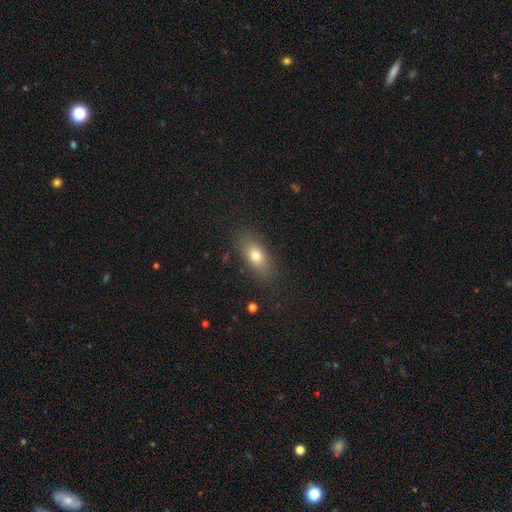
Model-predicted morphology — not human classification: This appears to be a smooth galaxy with no disk features (75%) that is in between round and cigar-shaped (80%). Merging: none (83%).